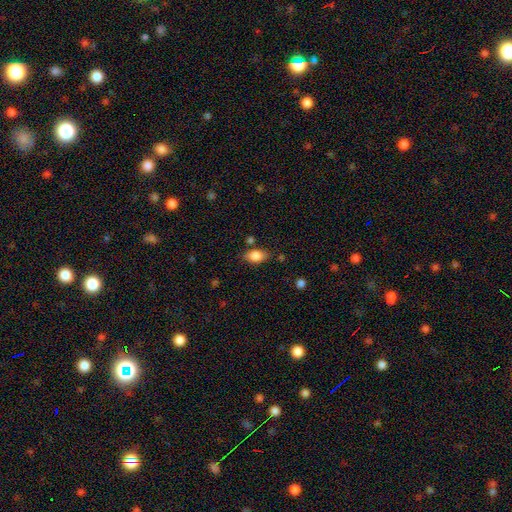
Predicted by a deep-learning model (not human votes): Smooth or featured? Predicted: smooth (p=0.84). How rounded? Predicted: in between (p=0.85). Merging? Predicted: none (p=0.77).